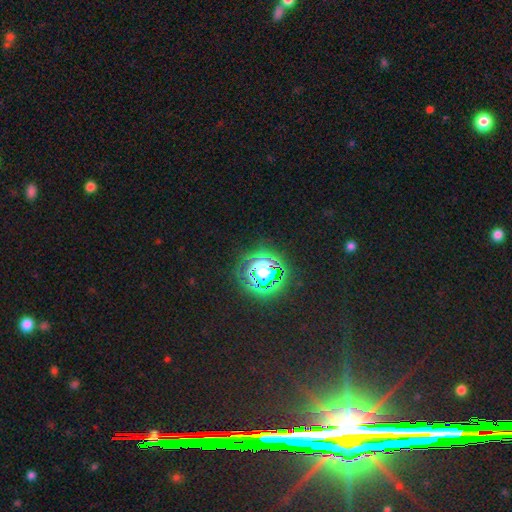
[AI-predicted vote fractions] smooth-or-featured: star or artifact: 79% | smooth: 12% | featured or disk: 8%